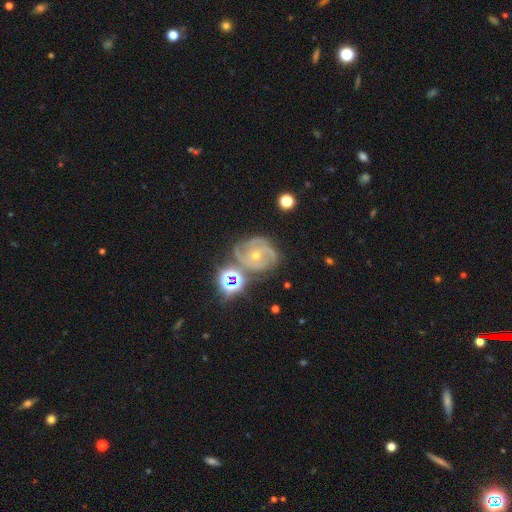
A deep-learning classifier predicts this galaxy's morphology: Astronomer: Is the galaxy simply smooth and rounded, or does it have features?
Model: featured or disk — 79%.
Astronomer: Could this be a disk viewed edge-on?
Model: no — 98%.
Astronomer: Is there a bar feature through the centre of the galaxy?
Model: no — 66%.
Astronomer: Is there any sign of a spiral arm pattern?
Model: yes — 95%.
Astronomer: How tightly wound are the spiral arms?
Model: tight — 58% (runner-up: medium, 35%).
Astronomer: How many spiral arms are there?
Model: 3 — 49%.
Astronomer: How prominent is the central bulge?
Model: small — 52% (runner-up: moderate, 45%).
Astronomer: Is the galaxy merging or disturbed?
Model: none — 63%.